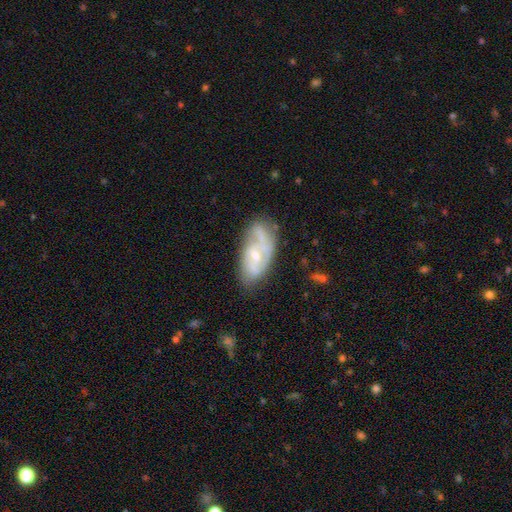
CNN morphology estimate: A featured or disk galaxy (66%) with no bar (60%), spiral arms (72%) and a small central bulge (58%).

Vote fractions:
- Smooth or featured? featured or disk: 66% / smooth: 27% / star or artifact: 7%
- Edge-on disk? no: 93% / yes: 7%
- Bar? no: 60% / weak: 33% / strong: 7%
- Spiral arms? yes: 72% / no: 28%
- Bulge size? small: 58% / moderate: 36% / none: 3% / large: 2% / dominant: 1%
- Merging? none: 50% / minor disturbance: 28% / major disturbance: 14% / merger: 7%